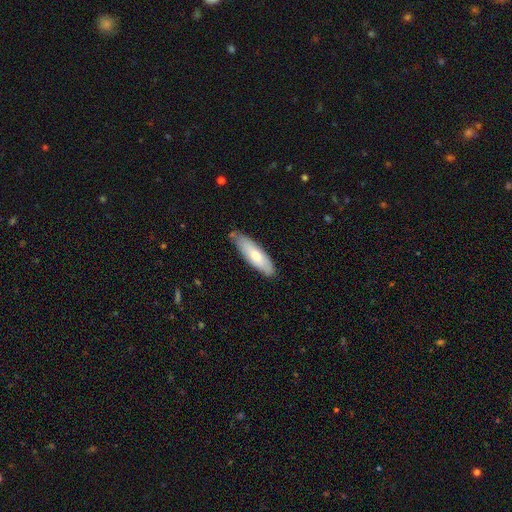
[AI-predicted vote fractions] Smooth or featured?
  - smooth: 65% *
  - featured or disk: 29%
  - star or artifact: 6%
How rounded?
  - cigar-shaped: 53% *
  - in between: 45%
  - round: 2%
Merging?
  - none: 80% *
  - minor disturbance: 15%
  - major disturbance: 2%
  - merger: 2%